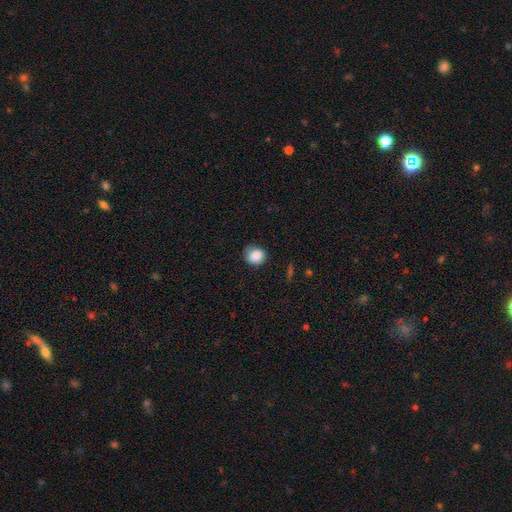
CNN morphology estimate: This is clearly a smooth galaxy (86%). How rounded: clearly round (80%). Merging: likely none (65%).